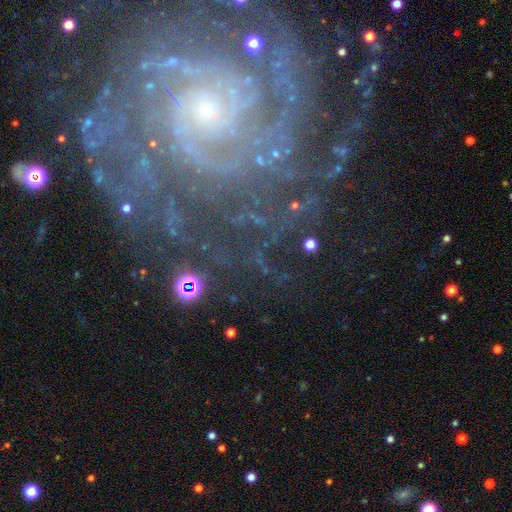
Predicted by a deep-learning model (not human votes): This appears to be a featured or disk galaxy (90%) with no bar (70%), 2 (23%) tight (76%) spiral arms (98%) and a small central bulge (71%). Merging: none (75%).